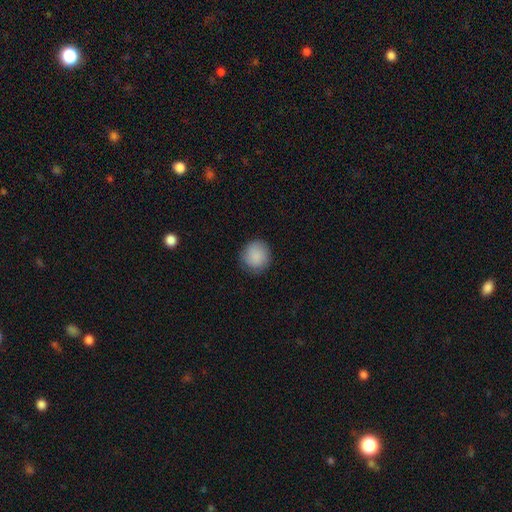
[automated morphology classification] smooth-or-featured: smooth: 88% | star or artifact: 7% | featured or disk: 4%
  how-rounded: round: 90% | in between: 9% | cigar-shaped: 1%
  merging: none: 85% | minor disturbance: 11% | major disturbance: 3% | merger: 1%